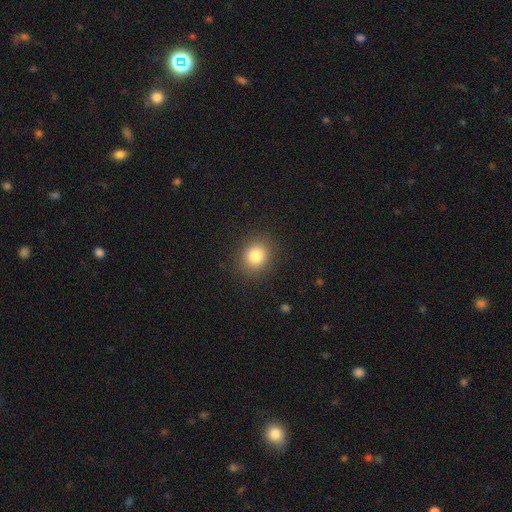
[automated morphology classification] Smooth or featured? Predicted: smooth (p=0.82). How rounded? Predicted: round (p=0.74). Merging? Predicted: none (p=0.89).